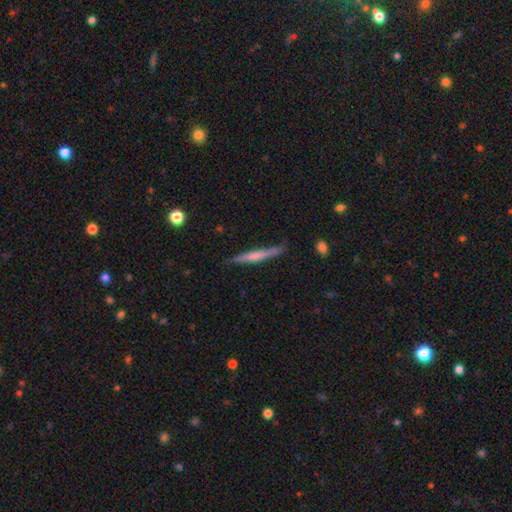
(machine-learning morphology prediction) The model was most divided on "smooth or featured" (2-way tie): featured or disk: 47%, smooth: 47%, star or artifact: 6%. More confident: merging — none (78%).